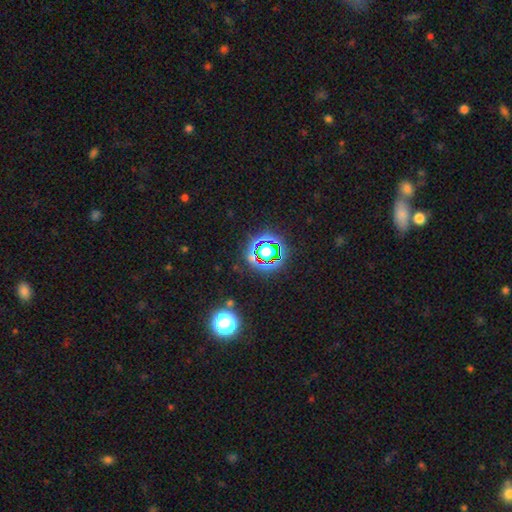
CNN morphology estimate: A star or artifact, not a galaxy (76%).

Vote fractions:
- Smooth or featured? star or artifact: 76% / smooth: 16% / featured or disk: 8%